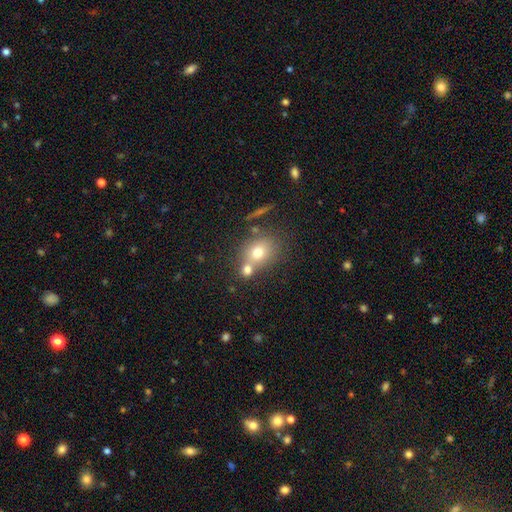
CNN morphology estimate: smooth-or-featured: smooth: 66% | star or artifact: 19% | featured or disk: 16%
  how-rounded: round: 68% | in between: 30% | cigar-shaped: 1%
  merging: none: 54% | merger: 31% | minor disturbance: 10% | major disturbance: 4%